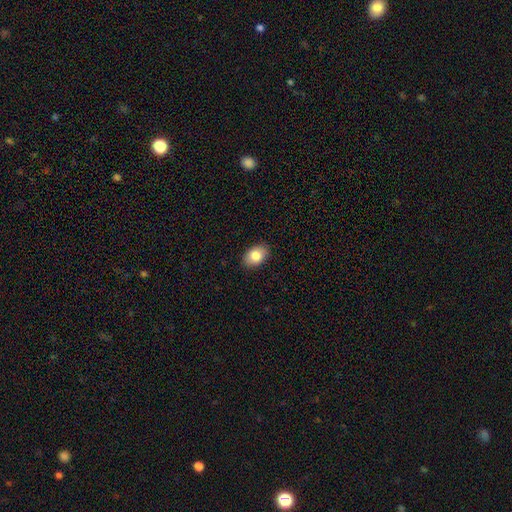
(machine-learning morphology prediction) Smooth or featured? smooth (84%)
How rounded? in between (83%)
Merging? none (88%)